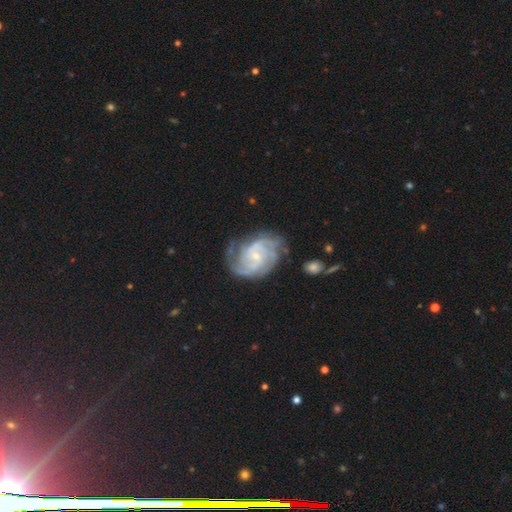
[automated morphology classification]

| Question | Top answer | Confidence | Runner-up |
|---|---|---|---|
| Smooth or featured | featured or disk | 87% | smooth (8%) |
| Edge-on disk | no | 98% | yes (2%) |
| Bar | no | 52% | weak (40%) |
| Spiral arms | yes | 96% | no (4%) |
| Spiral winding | tight | 53% | medium (37%) |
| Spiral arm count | can't tell | 28% | 2 (27%) |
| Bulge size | small | 75% | moderate (19%) |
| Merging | none | 64% | minor disturbance (21%) |